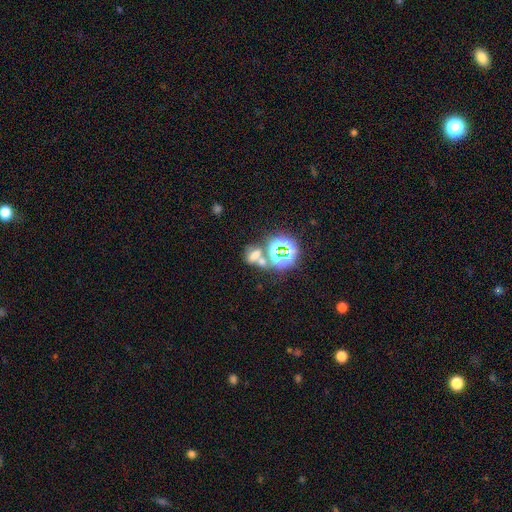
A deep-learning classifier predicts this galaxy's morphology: smooth-or-featured: smooth: 46% | star or artifact: 40% | featured or disk: 14%
  merging: merger: 44% | none: 37% | minor disturbance: 11% | major disturbance: 7%